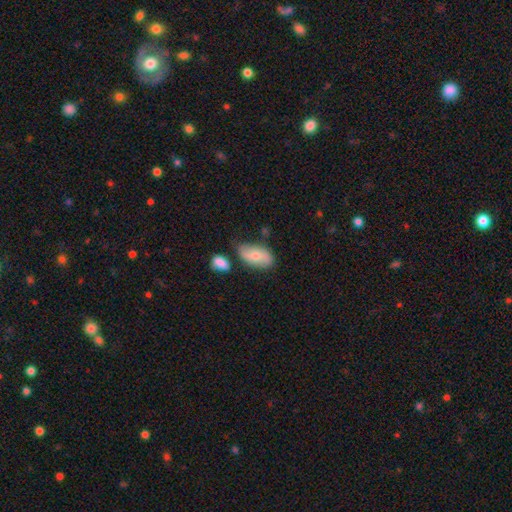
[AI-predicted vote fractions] A smooth galaxy with no disk features (60%) that is in between round and cigar-shaped (92%).

Vote fractions:
- Smooth or featured? smooth: 60% / featured or disk: 34% / star or artifact: 7%
- How rounded? in between: 92% / round: 5% / cigar-shaped: 3%
- Merging? none: 61% / minor disturbance: 24% / merger: 10% / major disturbance: 6%